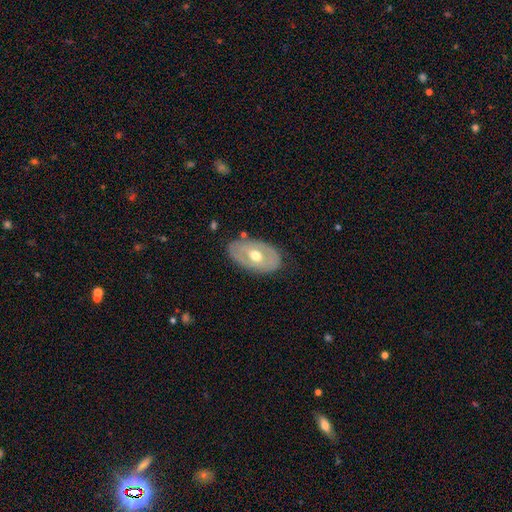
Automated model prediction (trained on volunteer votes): The model was most divided on "smooth or featured": featured or disk: 58%, smooth: 37%, star or artifact: 5%. More confident: edge-on disk — no (89%); spiral arms — no (81%); merging — none (80%); bar — no (79%); bulge size — moderate (77%).